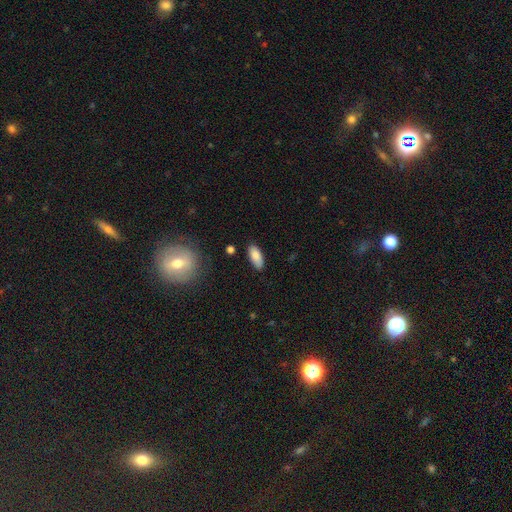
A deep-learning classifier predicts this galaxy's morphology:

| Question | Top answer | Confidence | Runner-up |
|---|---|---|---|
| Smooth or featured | smooth | 84% | featured or disk (9%) |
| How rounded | in between | 86% | cigar-shaped (12%) |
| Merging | none | 81% | minor disturbance (14%) |